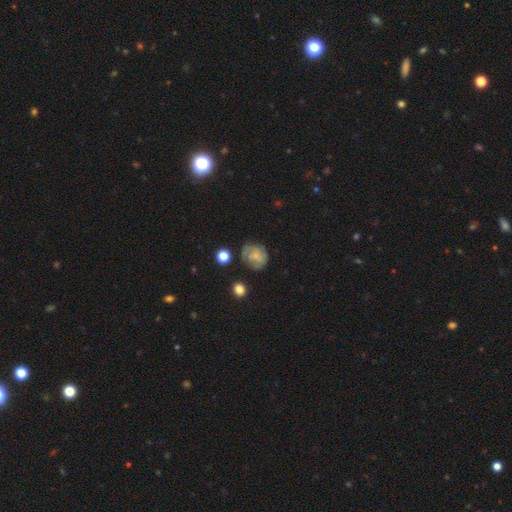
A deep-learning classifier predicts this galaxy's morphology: A featured or disk galaxy (48%). Merging: none (57%).